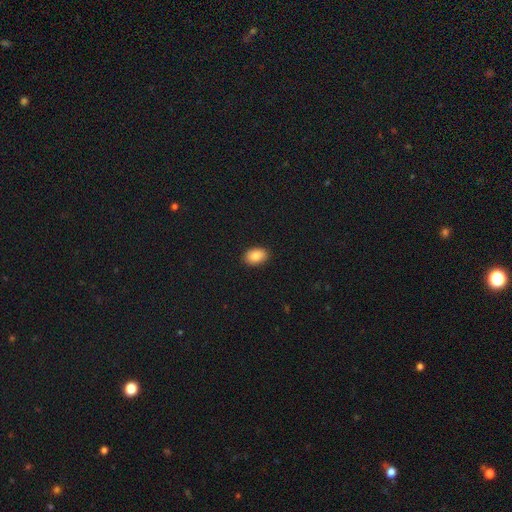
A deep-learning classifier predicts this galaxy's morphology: This is clearly a smooth galaxy (87%). How rounded: clearly in between (86%). Merging: clearly none (90%).